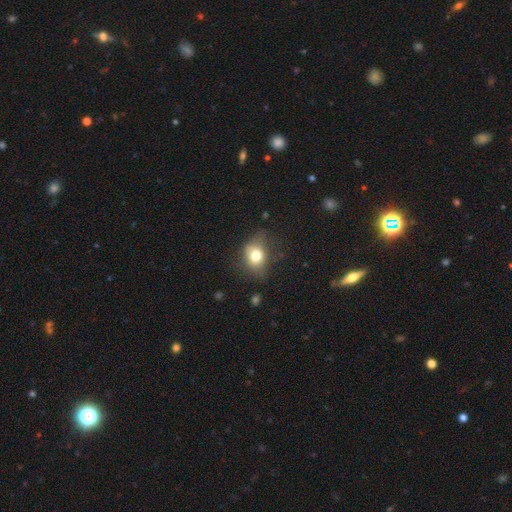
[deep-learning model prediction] A smooth galaxy with no disk features (72%) that is in between round and cigar-shaped (57%).

Vote fractions:
- Smooth or featured? smooth: 72% / featured or disk: 17% / star or artifact: 11%
- How rounded? in between: 57% / round: 42% / cigar-shaped: 1%
- Merging? none: 50% / minor disturbance: 31% / major disturbance: 16% / merger: 2%